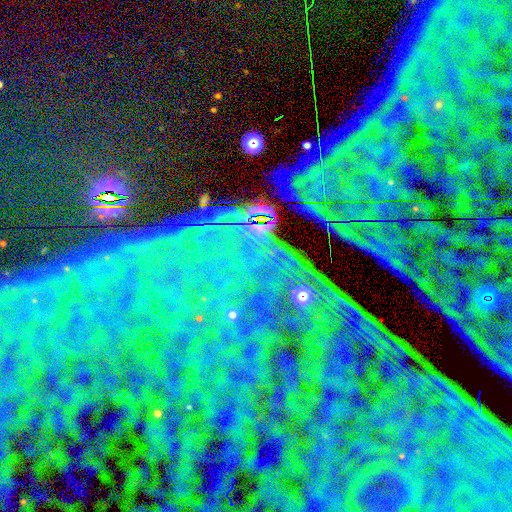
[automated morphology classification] Smooth or featured? star or artifact (84%)